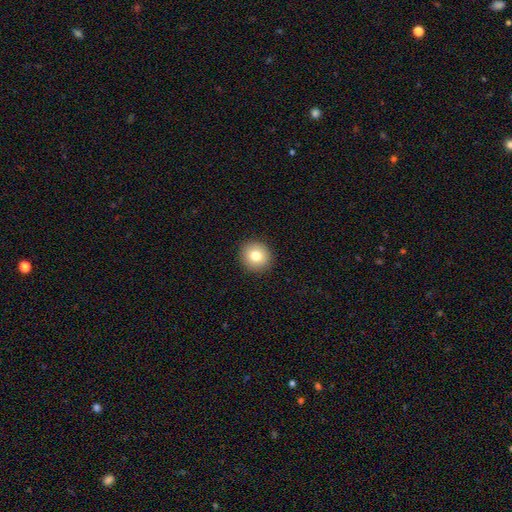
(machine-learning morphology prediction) A smooth galaxy with no disk features (79%) that is round (90%). Merging: none (92%).